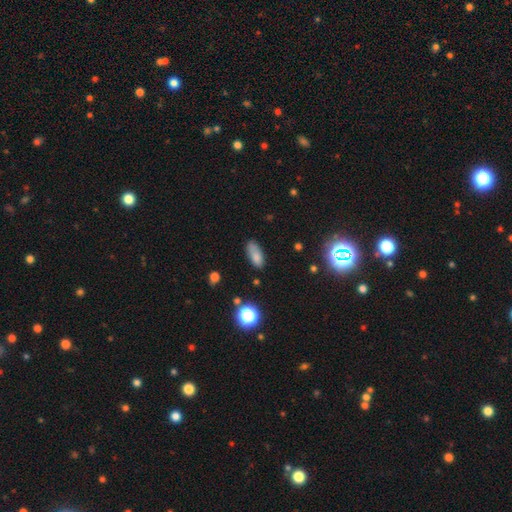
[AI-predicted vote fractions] Smooth or featured? smooth (79%)
How rounded? in between (84%)
Merging? none (65%)